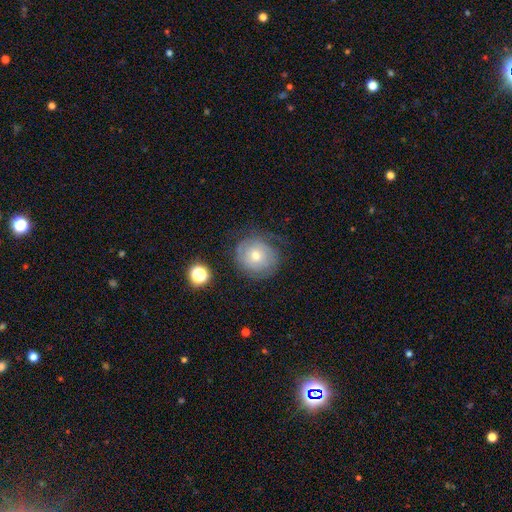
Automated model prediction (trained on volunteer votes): smooth 46%, featured or disk 44%, star or artifact 10%. Down the decision tree: merging — none (64%).